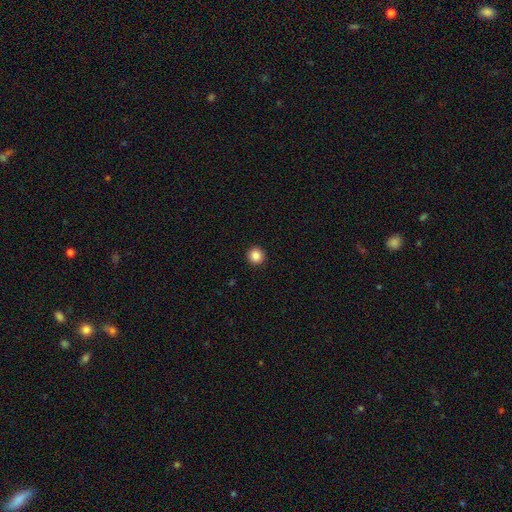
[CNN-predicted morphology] smooth 86%, star or artifact 10%, featured or disk 3%. Down the decision tree: how rounded — round (94%); merging — none (93%).